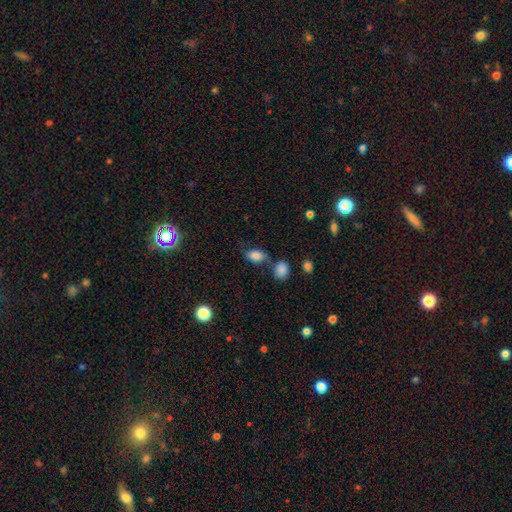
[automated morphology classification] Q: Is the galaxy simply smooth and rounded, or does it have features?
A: smooth — 84%.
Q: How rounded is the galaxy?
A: in between — 87%.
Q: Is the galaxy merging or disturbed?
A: none — 66%.